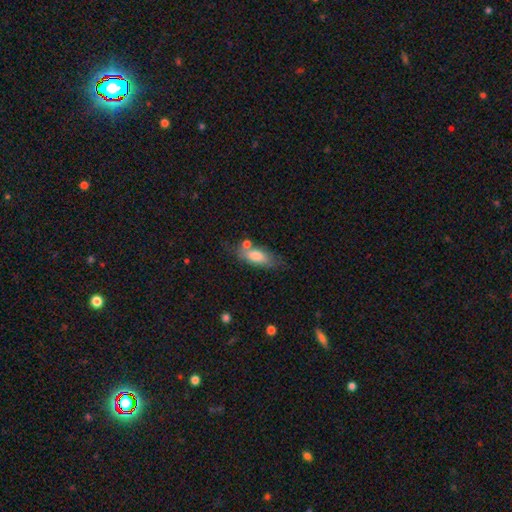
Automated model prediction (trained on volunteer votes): The model was most divided on "merging": none: 57%, minor disturbance: 21%, merger: 15%, major disturbance: 7%. More confident: how rounded — in between (76%); smooth or featured — smooth (74%).